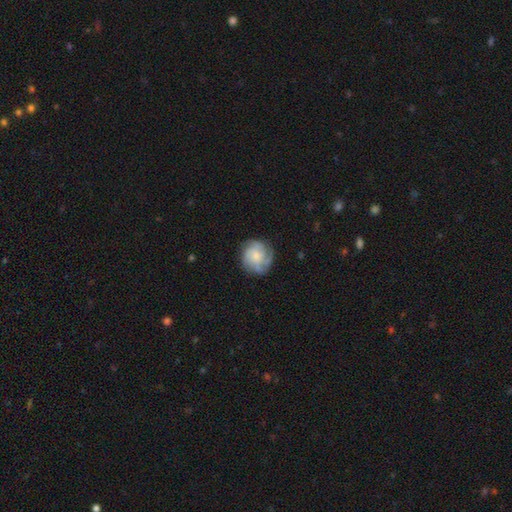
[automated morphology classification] smooth-or-featured: featured or disk: 59% | smooth: 34% | star or artifact: 7%
  disk-edge-on: no: 98% | yes: 2%
    bar: no: 77% | weak: 21% | strong: 3%
    has-spiral-arms: yes: 89% | no: 11%
      spiral-winding: tight: 56% | medium: 33% | loose: 11%
      spiral-arm-count: can't tell: 31% (tied) | 3: 31% (tied) | 4: 15% | 2: 12% | 1: 5% | more than 4: 5%
    bulge-size: small: 47% | moderate: 31% | none: 15% | large: 6% | dominant: 2%
  merging: none: 73% | minor disturbance: 18% | major disturbance: 7% | merger: 2%